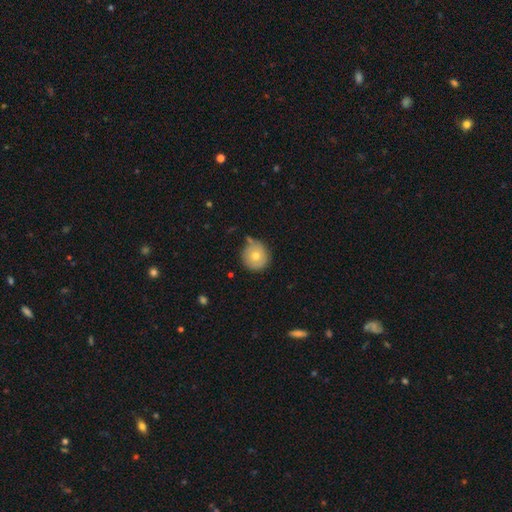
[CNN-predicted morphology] smooth_or_featured: smooth (p=0.68) [alt: featured or disk p=0.22]
how_rounded: round (p=0.93) [alt: in between p=0.06]
merging: none (p=0.73) [alt: minor disturbance p=0.18]